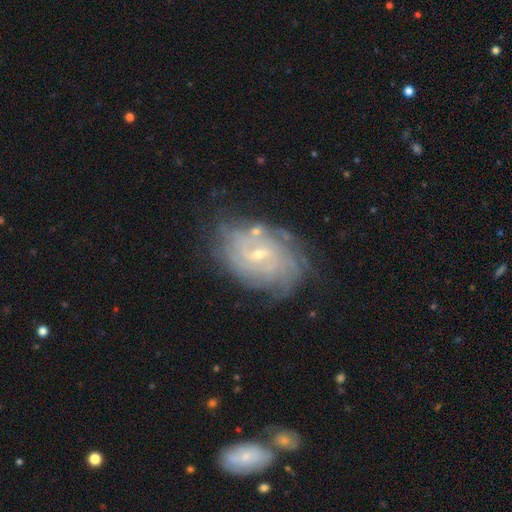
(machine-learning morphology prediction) This is likely a featured or disk galaxy (74%). It is clearly not viewed edge-on (96%). Bar: possibly no (53%). Spiral arm pattern: clearly yes (88%). Spiral arm count: possibly can't tell (52%). Spiral winding: likely tight (66%). Central bulge: likely small (74%). Merging: likely none (73%).